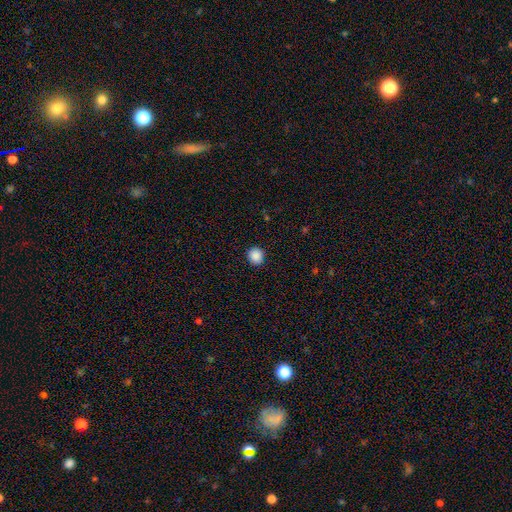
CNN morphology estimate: A smooth galaxy with no disk features (88%) that is round (89%). Merging: none (91%).